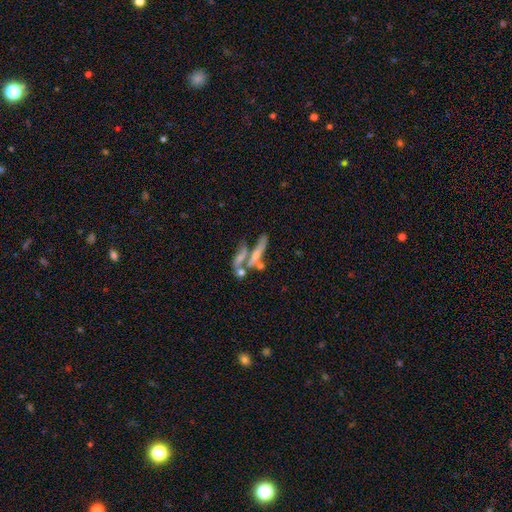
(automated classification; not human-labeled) Overall: featured or disk (52%; smooth 34%). Edge-on disk: yes (59%; no 41%). Merging: merger (43%; none 33%).